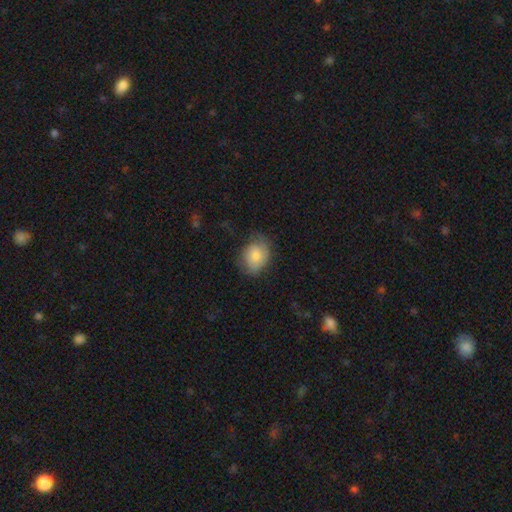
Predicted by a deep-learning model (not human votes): Overall: smooth (65%; featured or disk 28%). How rounded: in between (57%; round 42%). Merging: none (54%; minor disturbance 30%).